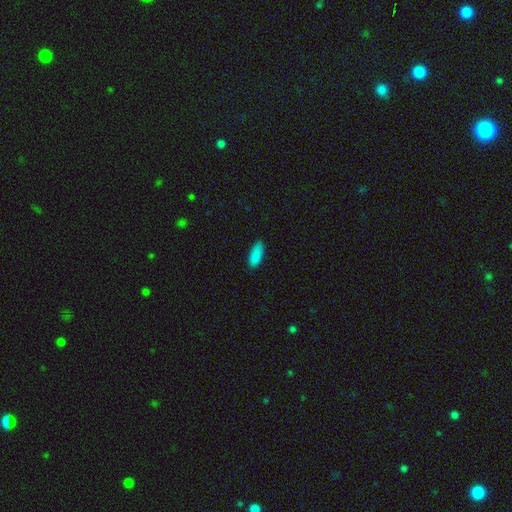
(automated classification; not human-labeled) The model was most divided on "how rounded": in between: 72%, cigar-shaped: 26%, round: 2%. More confident: smooth or featured — smooth (88%); merging — none (83%).